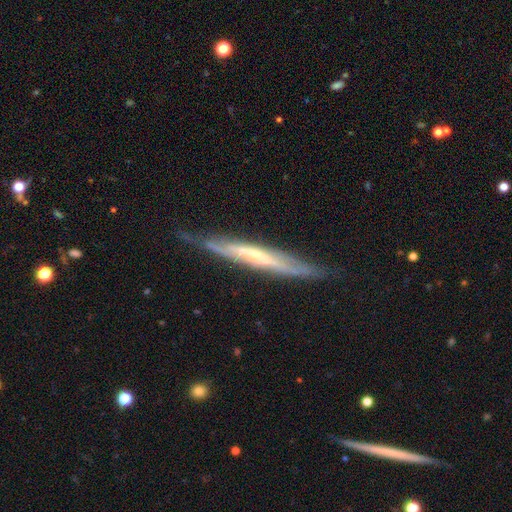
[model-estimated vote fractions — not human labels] Morphology: type=featured or disk (73%); edge-on=yes (78%); edge-on bulge=none (64%); merging=none (69%).